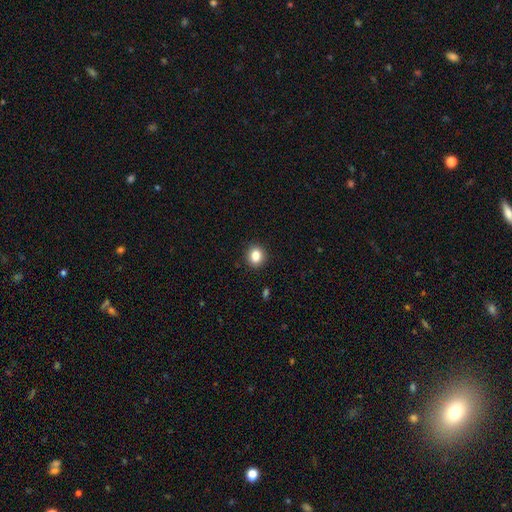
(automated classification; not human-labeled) smooth_or_featured: smooth (p=0.84) [alt: star or artifact p=0.10]
how_rounded: round (p=0.67) [alt: in between p=0.32]
merging: none (p=0.91) [alt: minor disturbance p=0.07]